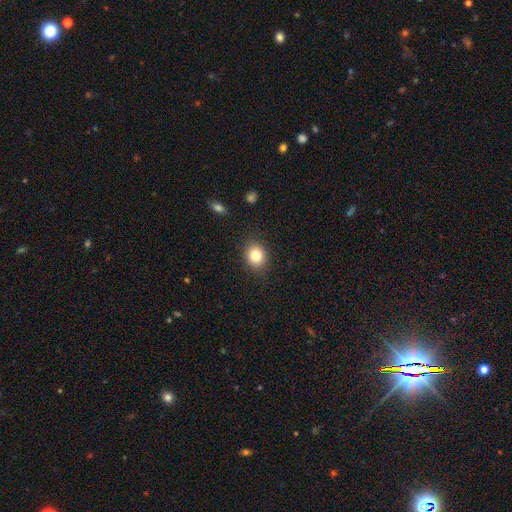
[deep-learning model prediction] This appears to be a smooth galaxy with no disk features (81%) that is round (59%). Merging: none (87%).